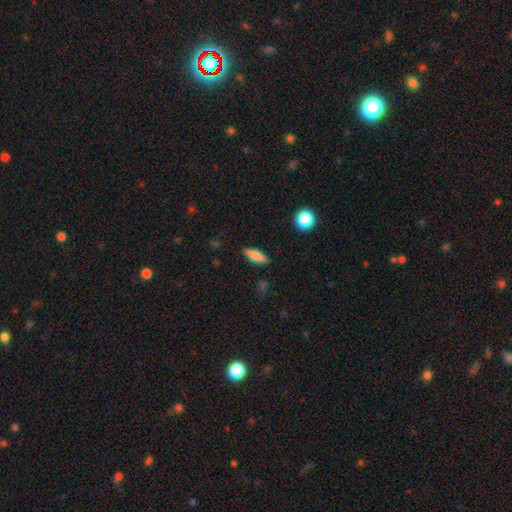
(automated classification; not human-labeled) Q: Smooth or featured?
A: smooth (75%); runner-up: featured or disk (18%)
Q: How rounded?
A: in between (60%); runner-up: cigar-shaped (37%)
Q: Merging?
A: none (84%); runner-up: minor disturbance (12%)